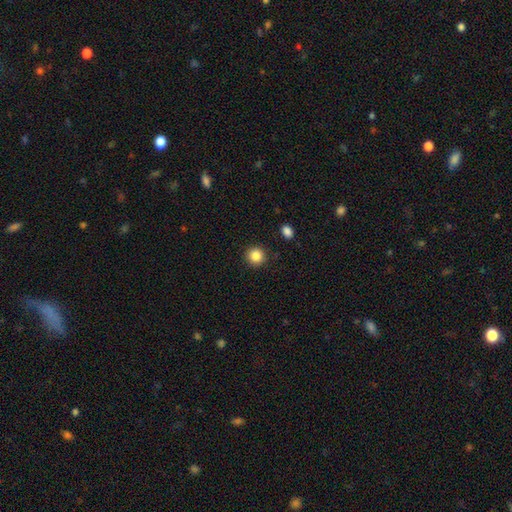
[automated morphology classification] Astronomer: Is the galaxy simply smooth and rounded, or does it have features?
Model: smooth — 85%.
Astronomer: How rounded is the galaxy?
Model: round — 93%.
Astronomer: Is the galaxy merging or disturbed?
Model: none — 91%.